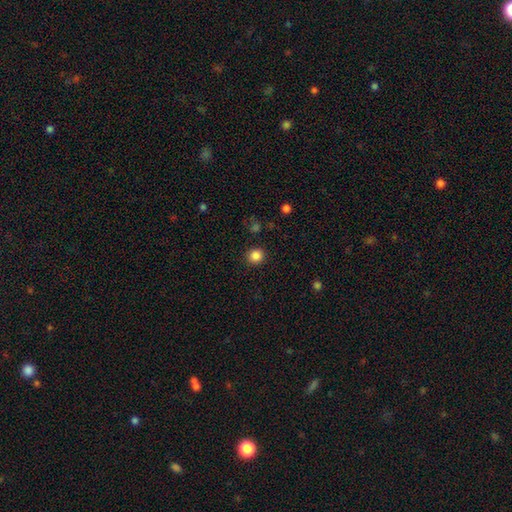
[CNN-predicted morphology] The model was most divided on "smooth or featured": smooth: 85%, star or artifact: 11%, featured or disk: 3%. More confident: how rounded — round (93%); merging — none (91%).